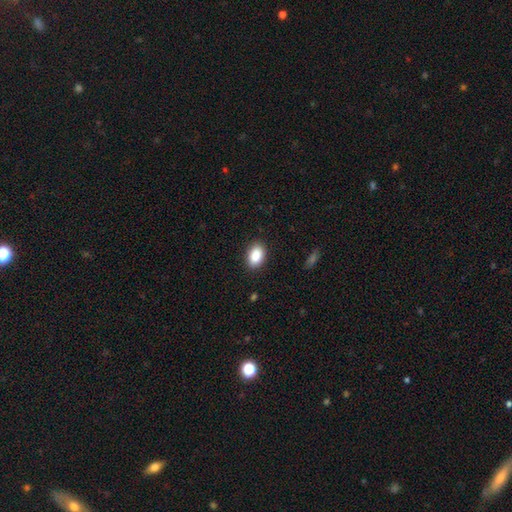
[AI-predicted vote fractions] smooth_or_featured: smooth (p=0.88) [alt: star or artifact p=0.07]
how_rounded: in between (p=0.88) [alt: round p=0.11]
merging: none (p=0.89) [alt: minor disturbance p=0.08]